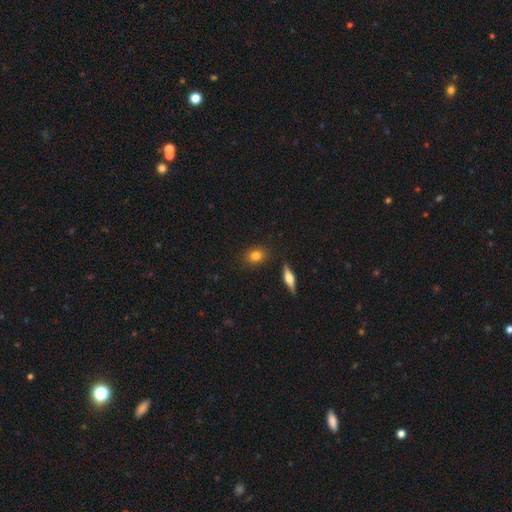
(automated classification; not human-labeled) smooth 81%, featured or disk 10%, star or artifact 9%. Down the decision tree: how rounded — in between (55%); merging — none (86%).